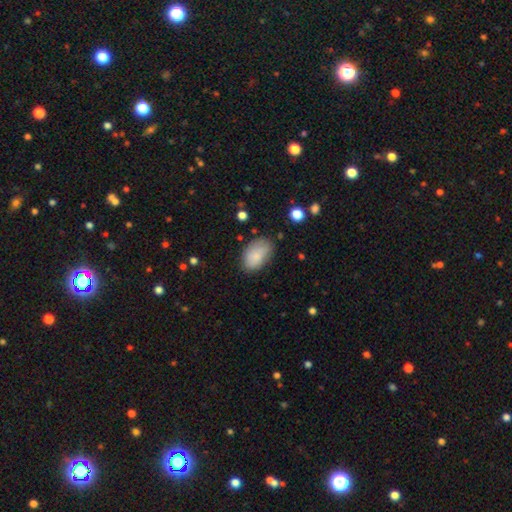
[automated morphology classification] A smooth galaxy with no disk features (83%) that is in between round and cigar-shaped (91%). Merging: none (70%).